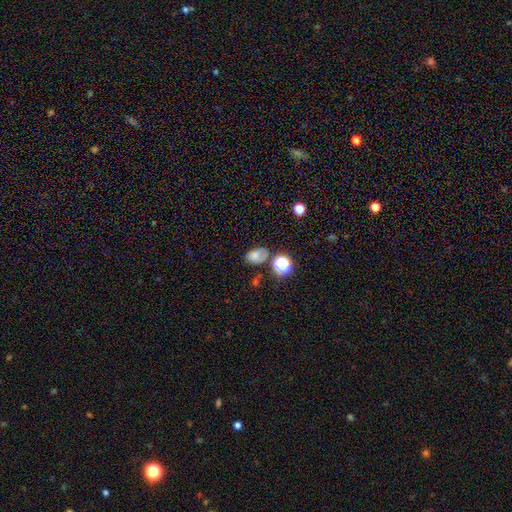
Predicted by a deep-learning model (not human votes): Smooth or featured?
  - smooth: 68% *
  - star or artifact: 19%
  - featured or disk: 13%
How rounded?
  - in between: 76% *
  - round: 23%
  - cigar-shaped: 1%
Merging?
  - none: 57% *
  - minor disturbance: 24%
  - merger: 10%
  - major disturbance: 9%